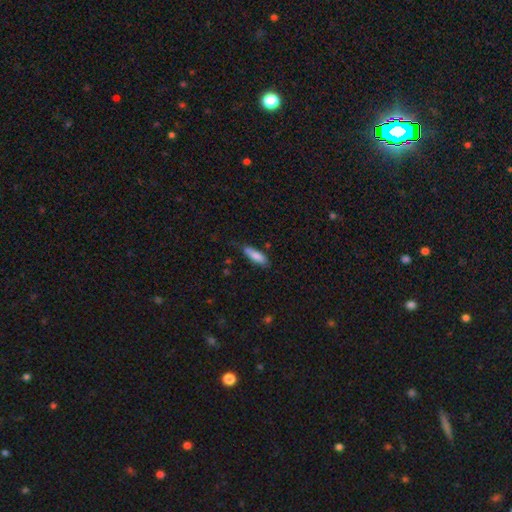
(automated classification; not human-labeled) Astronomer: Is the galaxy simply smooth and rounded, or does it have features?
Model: smooth — 82%.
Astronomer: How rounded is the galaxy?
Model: cigar-shaped — 53% (runner-up: in between, 46%).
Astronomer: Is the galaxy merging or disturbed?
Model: none — 67%.